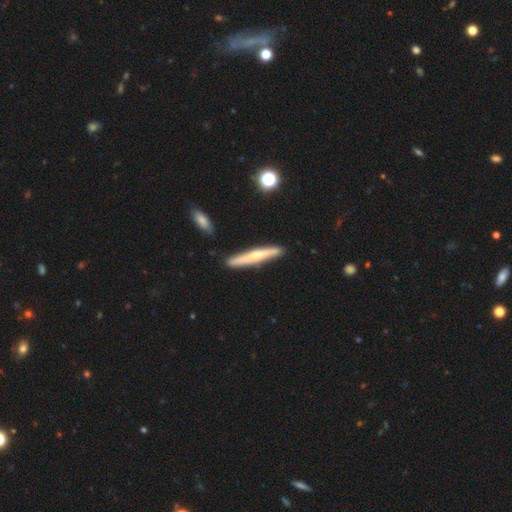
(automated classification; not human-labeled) The model was most divided on "smooth or featured": featured or disk: 49%, smooth: 46%, star or artifact: 6%. More confident: merging — none (87%).